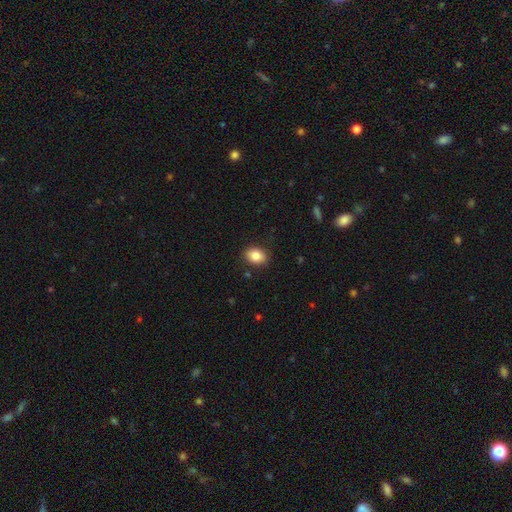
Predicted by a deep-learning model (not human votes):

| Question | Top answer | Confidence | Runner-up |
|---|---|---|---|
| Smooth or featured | smooth | 85% | star or artifact (8%) |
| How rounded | in between | 68% | round (30%) |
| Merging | none | 87% | minor disturbance (9%) |